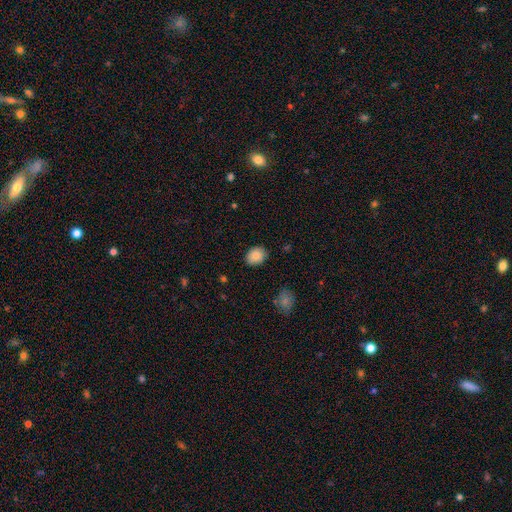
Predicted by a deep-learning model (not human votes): The model was most divided on "how rounded": in between: 53%, round: 46%, cigar-shaped: 1%. More confident: smooth or featured — smooth (87%); merging — none (85%).